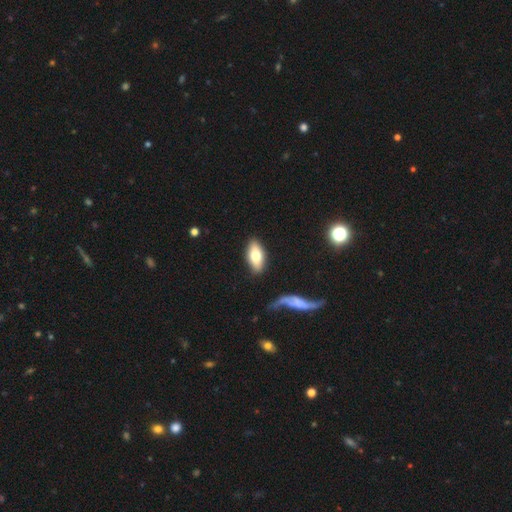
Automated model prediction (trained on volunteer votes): A smooth galaxy with no disk features (69%) that is in between round and cigar-shaped (87%).

Vote fractions:
- Smooth or featured? smooth: 69% / featured or disk: 24% / star or artifact: 7%
- How rounded? in between: 87% / cigar-shaped: 10% / round: 3%
- Merging? none: 85% / minor disturbance: 10% / major disturbance: 3% / merger: 2%